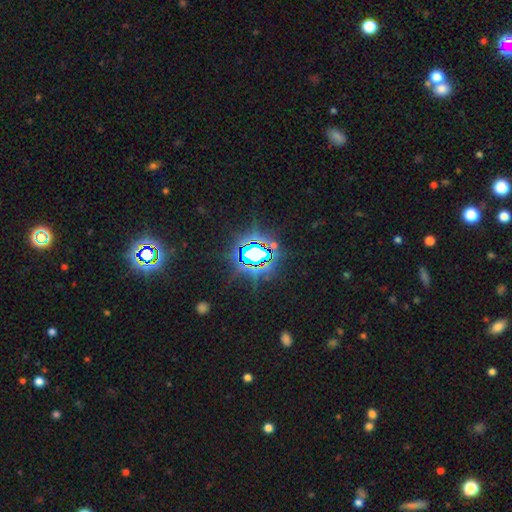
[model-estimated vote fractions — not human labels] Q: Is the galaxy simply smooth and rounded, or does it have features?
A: star or artifact — 81%.